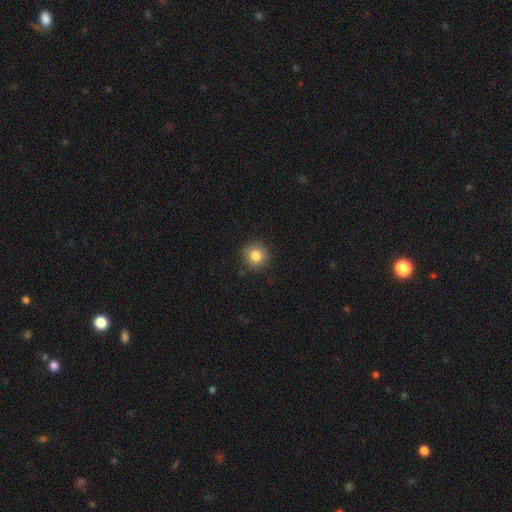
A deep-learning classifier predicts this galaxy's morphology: This is clearly a smooth galaxy (83%). How rounded: clearly round (93%). Merging: clearly none (89%).